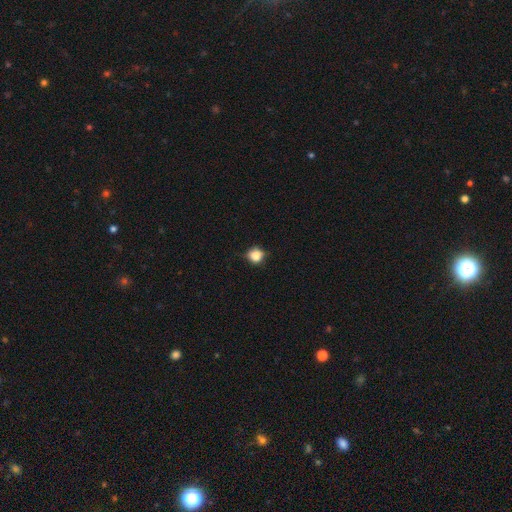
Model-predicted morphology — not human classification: This is clearly a smooth galaxy (85%). How rounded: clearly round (82%). Merging: likely none (72%).